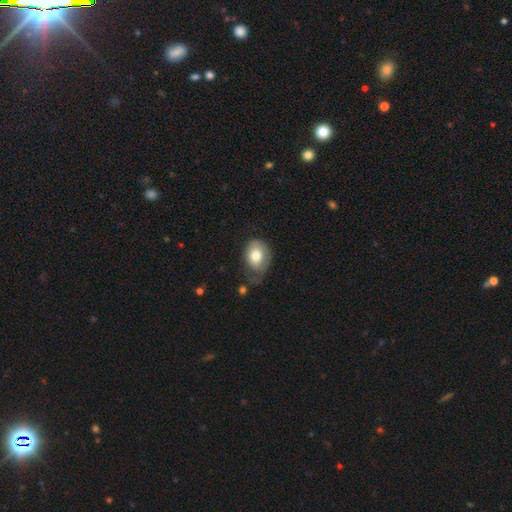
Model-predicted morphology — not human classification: type=smooth (74%); roundness=in between (69%); merging=none (41%).